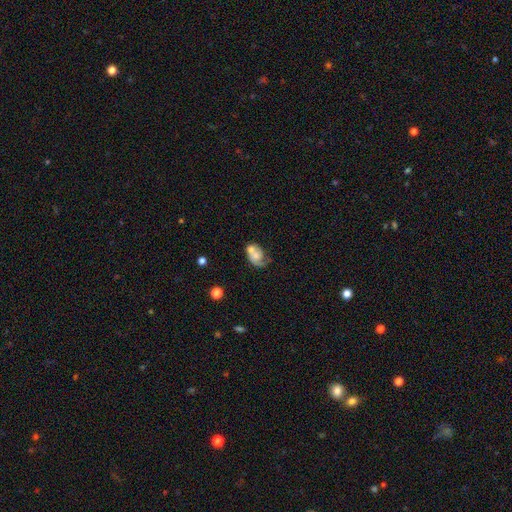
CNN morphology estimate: This appears to be a featured or disk galaxy (50%). Merging: merger (42%).